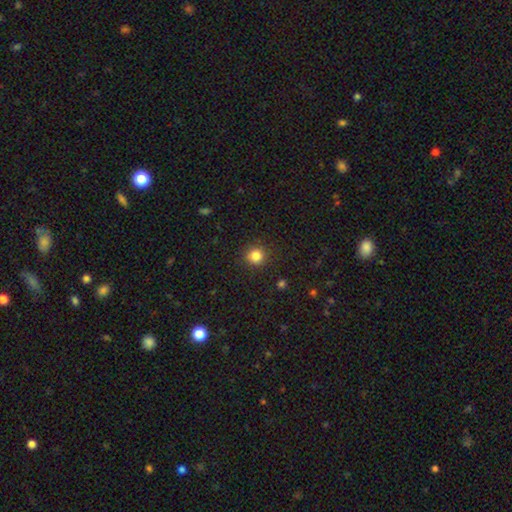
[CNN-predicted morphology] Smooth or featured? smooth (84%)
How rounded? round (93%)
Merging? none (91%)